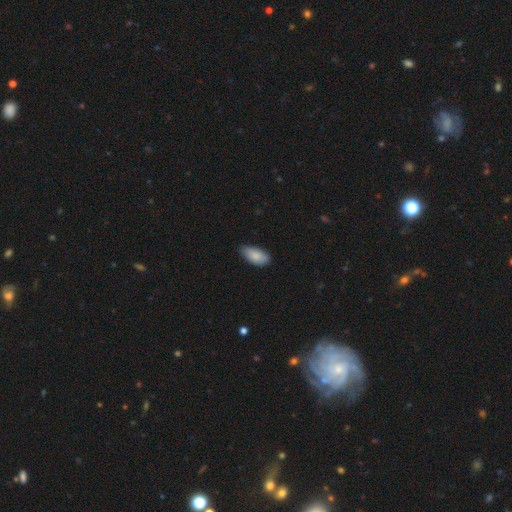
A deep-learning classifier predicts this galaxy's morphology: The model was most divided on "merging": none: 70%, minor disturbance: 26%, major disturbance: 3%, merger: 1%. More confident: how rounded — in between (93%); smooth or featured — smooth (86%).